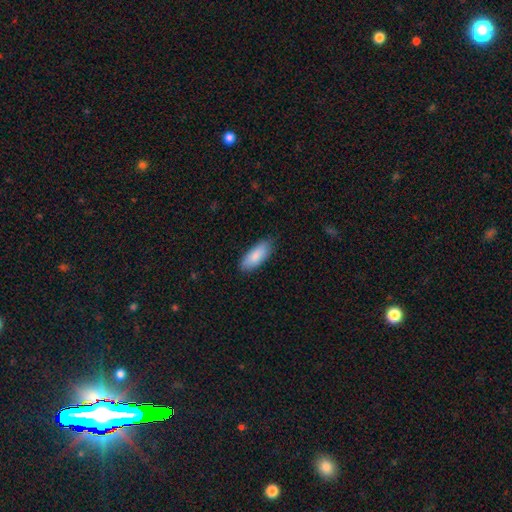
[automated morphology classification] type=smooth (87%); roundness=in between (77%); merging=none (84%).